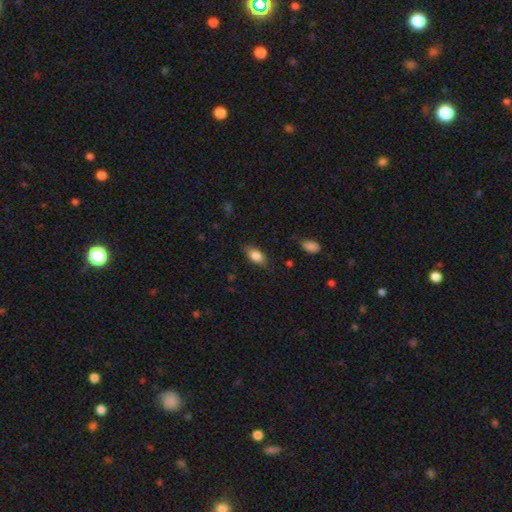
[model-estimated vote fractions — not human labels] Morphology: type=smooth (83%); roundness=in between (89%); merging=none (81%).